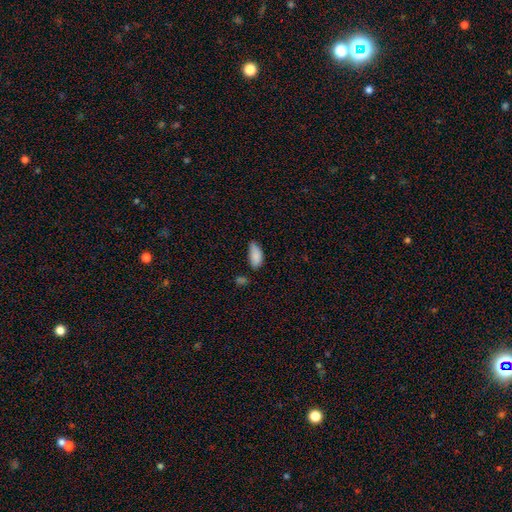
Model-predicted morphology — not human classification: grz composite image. It shows a smooth galaxy with no disk features (86%) that is in between round and cigar-shaped (91%). Merging: none (50%).